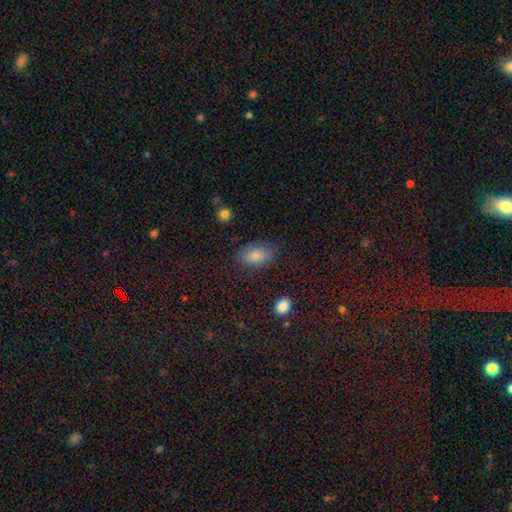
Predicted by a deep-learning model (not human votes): Morphology: type=smooth (81%); roundness=in between (90%); merging=none (74%).